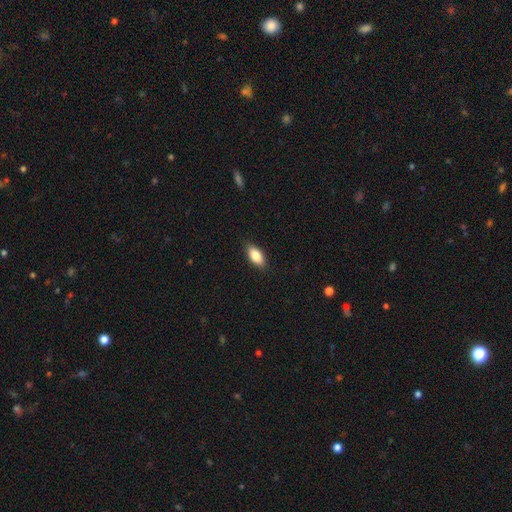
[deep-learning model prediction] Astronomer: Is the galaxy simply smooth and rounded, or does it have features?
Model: smooth — 85%.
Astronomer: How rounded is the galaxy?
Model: in between — 88%.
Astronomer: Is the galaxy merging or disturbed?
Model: none — 88%.